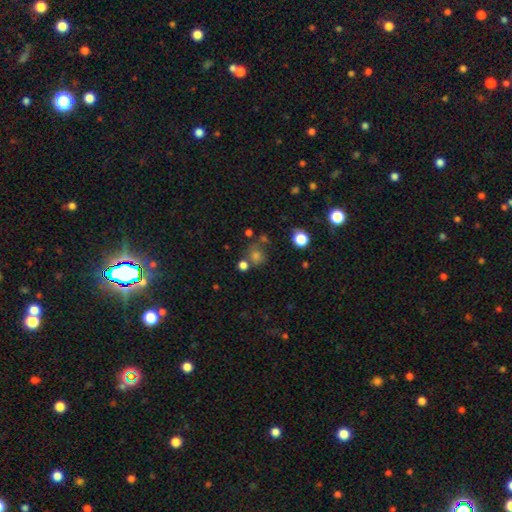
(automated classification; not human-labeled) A smooth galaxy with no disk features (62%) that is round (85%).

Vote fractions:
- Smooth or featured? smooth: 62% / star or artifact: 27% / featured or disk: 11%
- How rounded? round: 85% / in between: 14% / cigar-shaped: 1%
- Merging? none: 63% / merger: 18% / minor disturbance: 13% / major disturbance: 7%